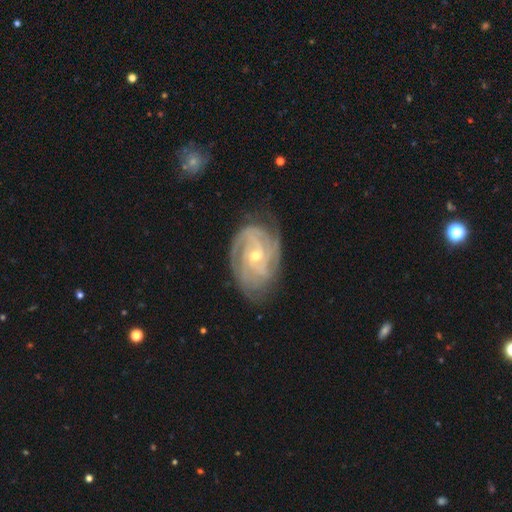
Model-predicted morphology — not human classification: Smooth or featured? Predicted: featured or disk (p=0.89). Edge-on disk? Predicted: no (p=0.97). Bar? Predicted: no (p=0.56). Spiral arms? Predicted: yes (p=0.97). Spiral winding? Predicted: tight (p=0.74). Spiral arm count? Predicted: 3 (p=0.29). Bulge size? Predicted: small (p=0.55). Merging? Predicted: none (p=0.75).